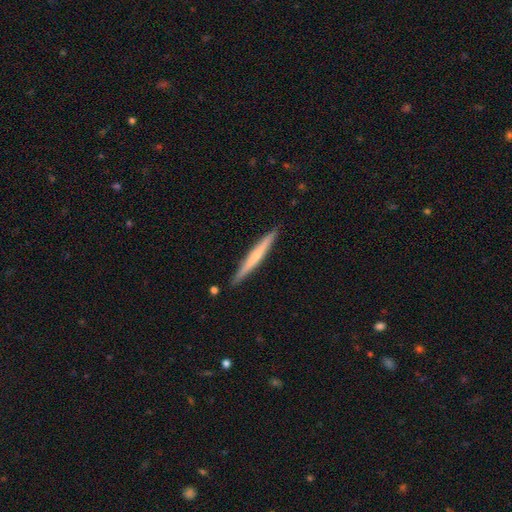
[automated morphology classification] The model was most divided on "smooth or featured": smooth: 48%, featured or disk: 47%, star or artifact: 5%. More confident: merging — none (91%).